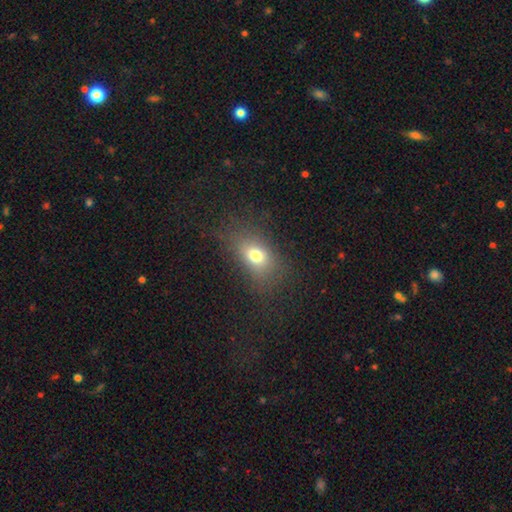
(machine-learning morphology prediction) Smooth or featured? Predicted: smooth (p=0.72). How rounded? Predicted: in between (p=0.70). Merging? Predicted: none (p=0.74).